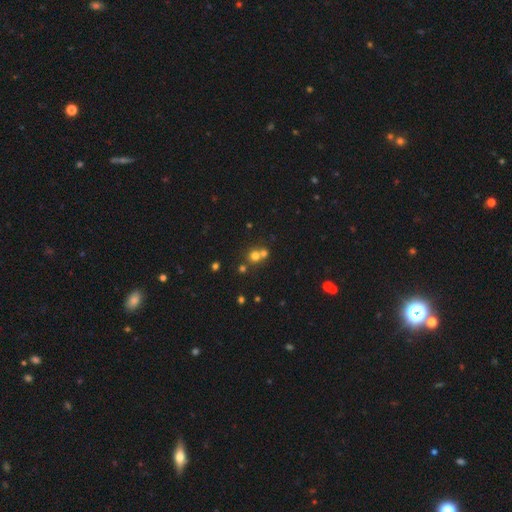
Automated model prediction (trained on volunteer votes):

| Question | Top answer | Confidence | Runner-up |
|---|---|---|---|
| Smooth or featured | smooth | 67% | star or artifact (21%) |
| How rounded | round | 88% | in between (11%) |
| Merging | none | 50% | merger (42%) |